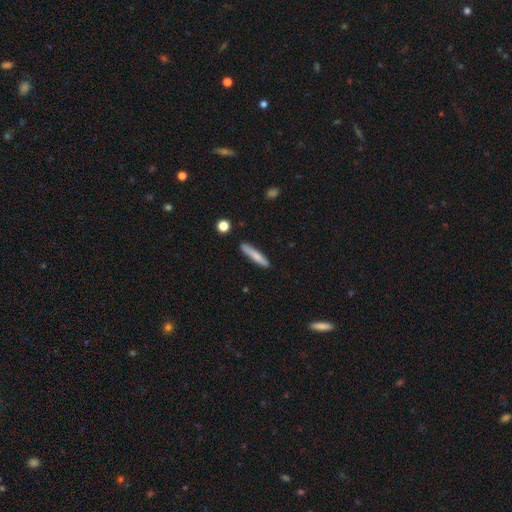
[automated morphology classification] This appears to be a smooth galaxy with no disk features (75%) that is cigar-shaped (92%). Merging: none (86%).